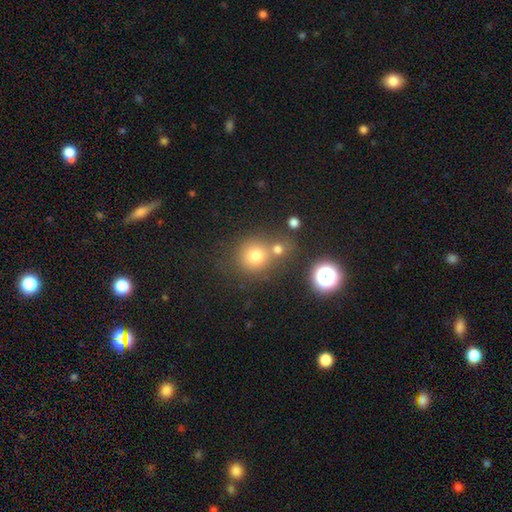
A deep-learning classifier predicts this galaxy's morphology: Q: Smooth or featured?
A: smooth (74%); runner-up: star or artifact (18%)
Q: How rounded?
A: round (89%); runner-up: in between (10%)
Q: Merging?
A: none (60%); runner-up: merger (27%)